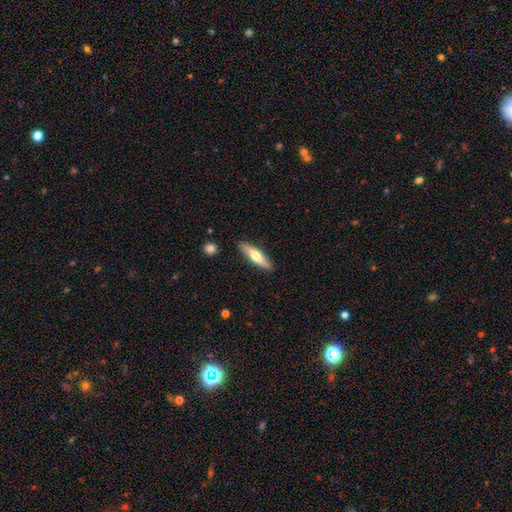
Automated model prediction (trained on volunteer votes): smooth_or_featured: smooth (p=0.60) [alt: featured or disk p=0.34]
how_rounded: cigar-shaped (p=0.75) [alt: in between p=0.24]
merging: none (p=0.87) [alt: minor disturbance p=0.10]